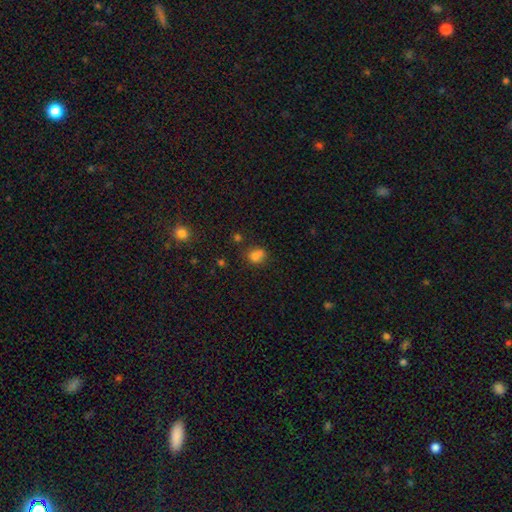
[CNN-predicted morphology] The model was most divided on "merging" (2-way tie): merger: 40%, none: 40%, minor disturbance: 14%, major disturbance: 6%. More confident: smooth or featured — smooth (74%); how rounded — round (65%).